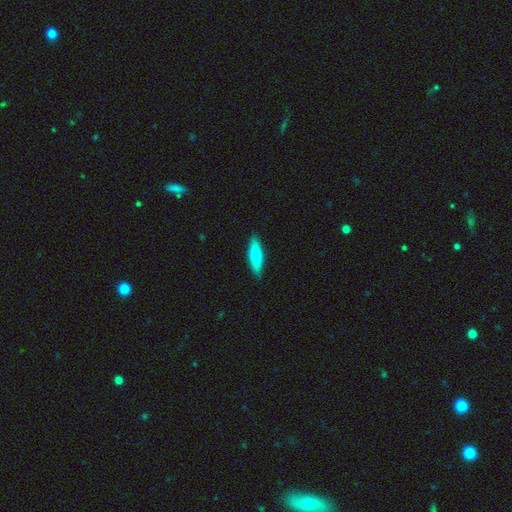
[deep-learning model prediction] Smooth or featured: smooth — 64% (featured or disk — 31%)
How rounded: cigar-shaped — 63% (in between — 35%)
Merging: none — 90% (minor disturbance — 8%)